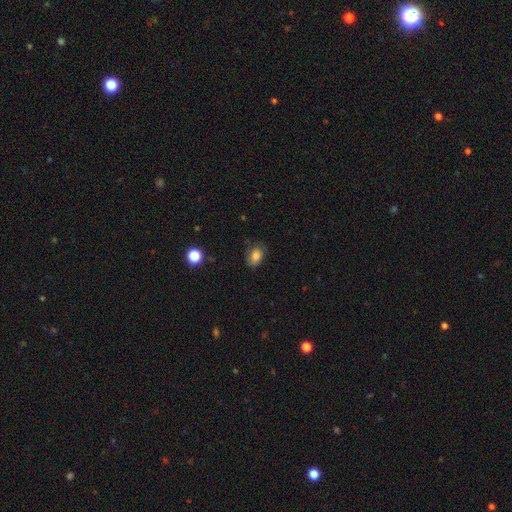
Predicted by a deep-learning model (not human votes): Smooth or featured? Predicted: smooth (p=0.81). How rounded? Predicted: in between (p=0.74). Merging? Predicted: none (p=0.73).